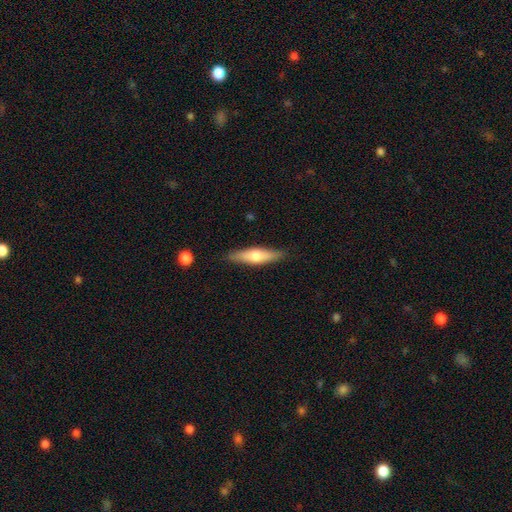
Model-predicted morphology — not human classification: smooth_or_featured: smooth (p=0.52) [alt: featured or disk p=0.43]
how_rounded: cigar-shaped (p=0.67) [alt: in between p=0.31]
merging: none (p=0.86) [alt: minor disturbance p=0.10]